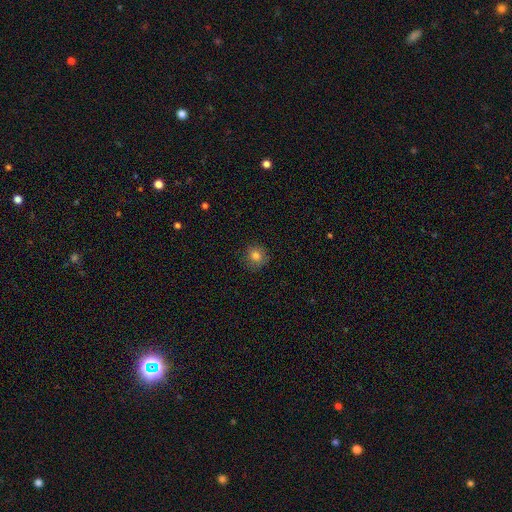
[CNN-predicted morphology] Smooth or featured: smooth — 81% (star or artifact — 12%)
How rounded: round — 90% (in between — 9%)
Merging: none — 85% (minor disturbance — 11%)